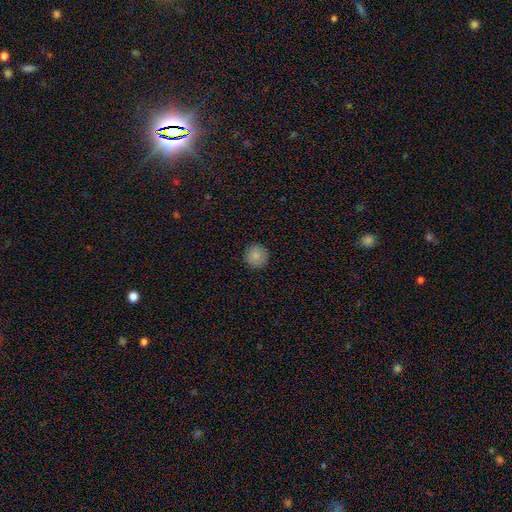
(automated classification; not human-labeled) Smooth or featured: smooth — 86% (star or artifact — 9%)
How rounded: round — 94% (in between — 5%)
Merging: none — 91% (minor disturbance — 6%)